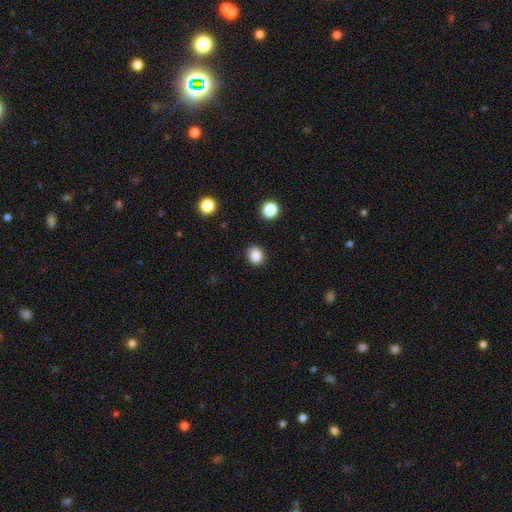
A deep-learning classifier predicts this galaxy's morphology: This is clearly a smooth galaxy (86%). How rounded: likely round (61%). Merging: clearly none (86%).